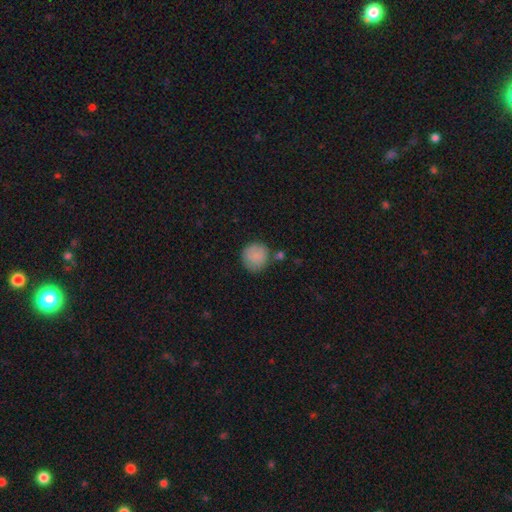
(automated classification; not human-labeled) A smooth galaxy with no disk features (86%) that is round (92%).

Vote fractions:
- Smooth or featured? smooth: 86% / star or artifact: 7% / featured or disk: 7%
- How rounded? round: 92% / in between: 7% / cigar-shaped: 1%
- Merging? none: 70% / minor disturbance: 16% / merger: 9% / major disturbance: 5%